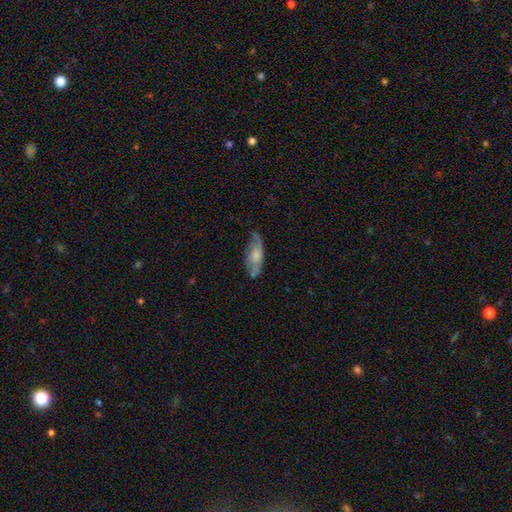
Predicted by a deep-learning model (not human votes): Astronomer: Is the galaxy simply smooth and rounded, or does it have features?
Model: smooth — 50% (runner-up: featured or disk, 44%).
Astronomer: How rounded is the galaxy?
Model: in between — 74%.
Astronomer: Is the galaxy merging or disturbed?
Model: none — 55% (runner-up: minor disturbance, 31%).